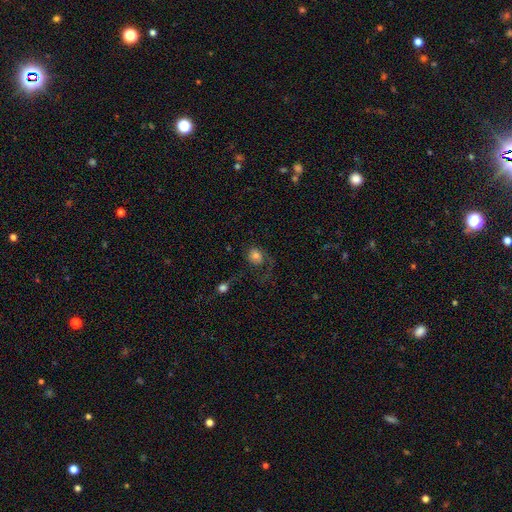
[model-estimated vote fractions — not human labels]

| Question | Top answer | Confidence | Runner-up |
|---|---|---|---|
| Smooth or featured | smooth | 58% | featured or disk (32%) |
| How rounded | round | 56% | in between (42%) |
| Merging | major disturbance | 46% | none (31%) |